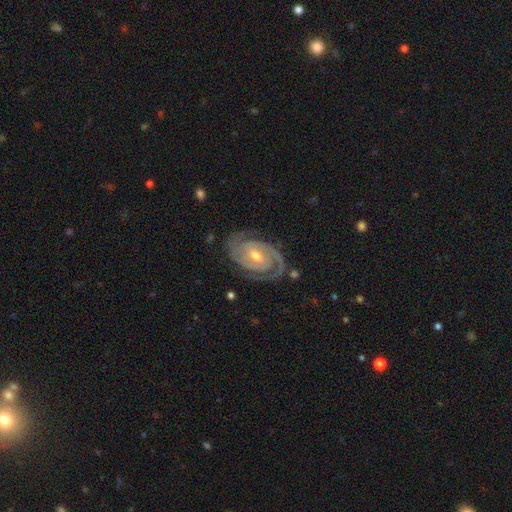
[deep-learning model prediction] This appears to be a featured or disk galaxy (92%) with a weak bar (42%), 2 (87%) tight (73%) spiral arms (98%) and a moderate central bulge (57%). Merging: none (81%).